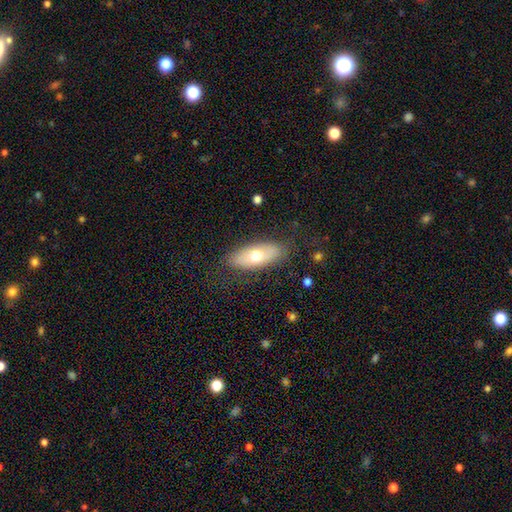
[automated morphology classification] Smooth or featured: smooth — 62% (featured or disk — 31%)
How rounded: in between — 80% (cigar-shaped — 17%)
Merging: none — 82% (minor disturbance — 13%)